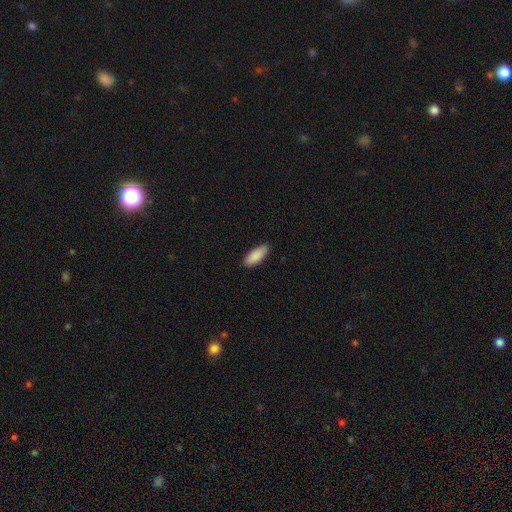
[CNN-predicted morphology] The model was most divided on "how rounded": in between: 78%, cigar-shaped: 20%, round: 2%. More confident: smooth or featured — smooth (90%); merging — none (88%).